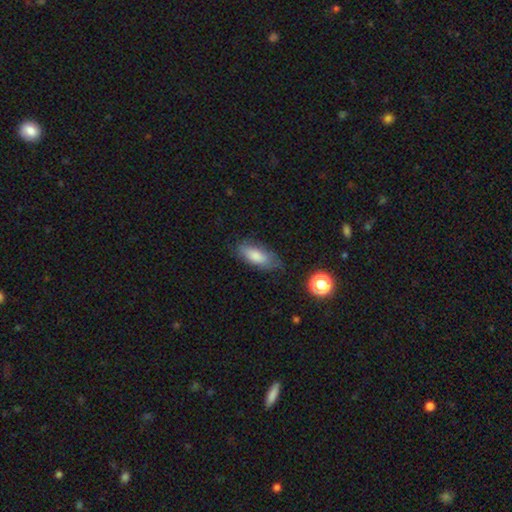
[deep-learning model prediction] This appears to be a smooth galaxy with no disk features (78%) that is in between round and cigar-shaped (74%). Merging: none (71%).